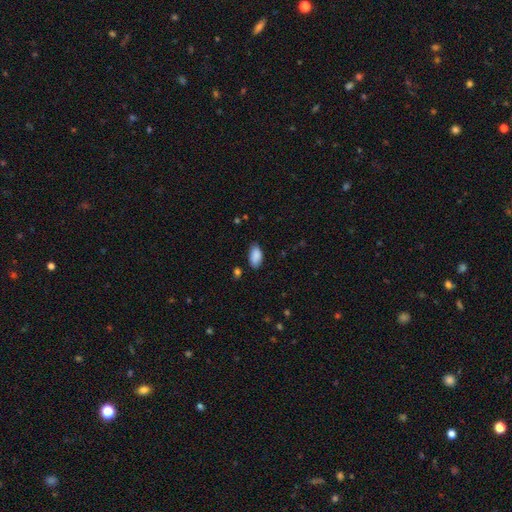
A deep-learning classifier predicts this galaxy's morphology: This appears to be a smooth galaxy with no disk features (89%) that is in between round and cigar-shaped (94%). Merging: none (81%).